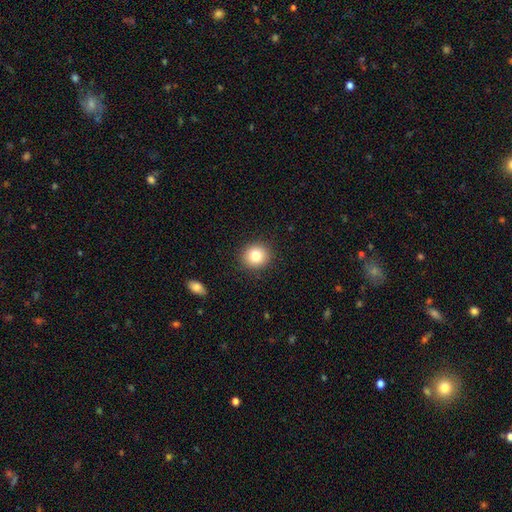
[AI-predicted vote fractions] This appears to be a smooth galaxy with no disk features (82%) that is round (86%). Merging: none (91%).